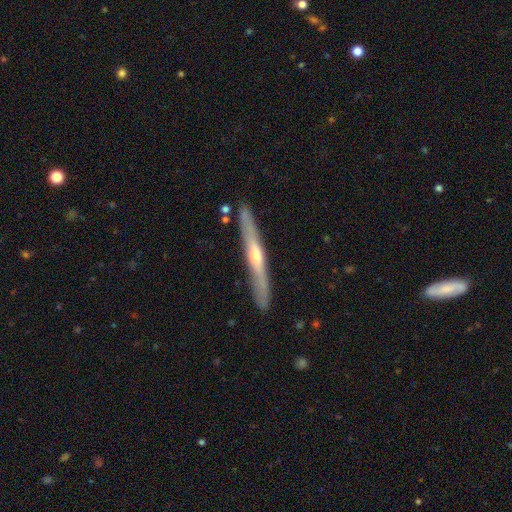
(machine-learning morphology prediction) type=featured or disk (71%); edge-on=yes (95%); edge-on bulge=rounded (77%); merging=none (88%).